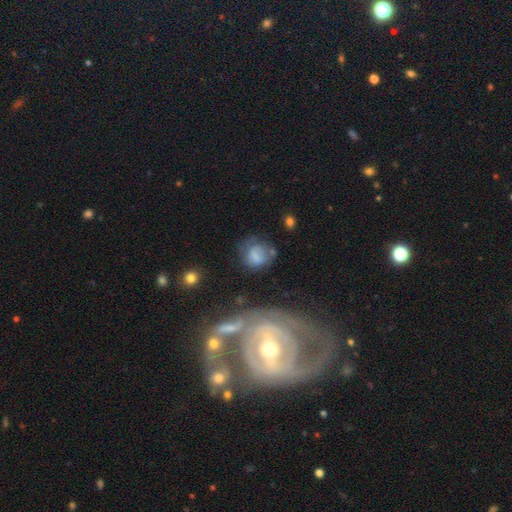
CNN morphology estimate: This is possibly a smooth galaxy (60%). How rounded: likely round (67%). Merging: possibly none (50%).